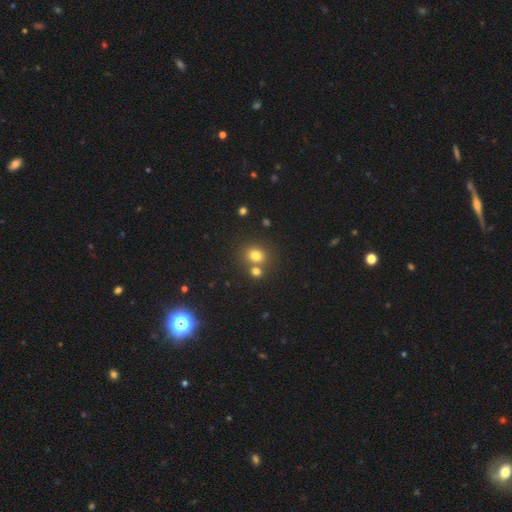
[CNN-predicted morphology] A smooth galaxy with no disk features (76%) that is round (66%).

Vote fractions:
- Smooth or featured? smooth: 76% / star or artifact: 15% / featured or disk: 9%
- How rounded? round: 66% / in between: 33% / cigar-shaped: 1%
- Merging? none: 59% / merger: 30% / minor disturbance: 9% / major disturbance: 3%